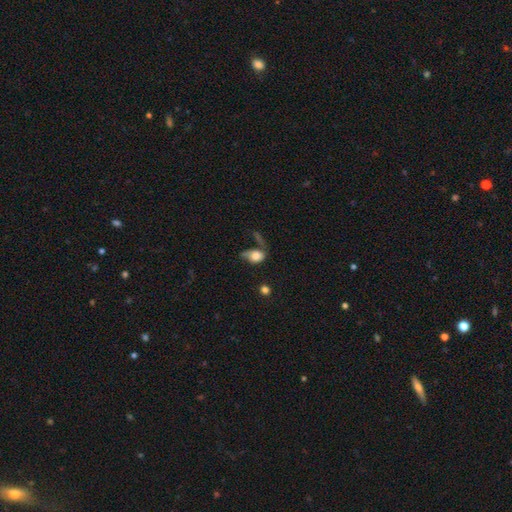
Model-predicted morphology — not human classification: A smooth galaxy with no disk features (69%) that is in between round and cigar-shaped (73%).

Vote fractions:
- Smooth or featured? smooth: 69% / featured or disk: 22% / star or artifact: 9%
- How rounded? in between: 73% / round: 25% / cigar-shaped: 2%
- Merging? major disturbance: 32% / none: 28% / minor disturbance: 24% / merger: 16%